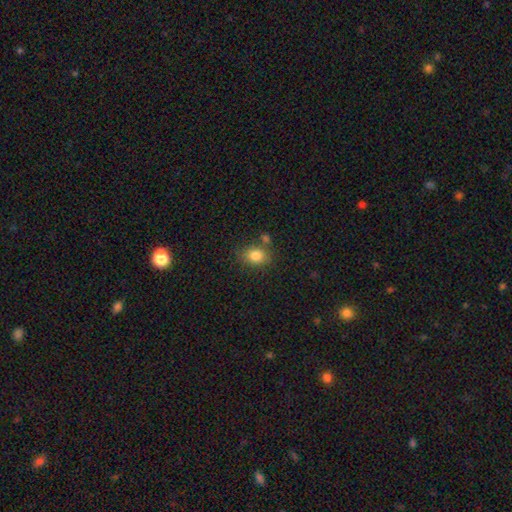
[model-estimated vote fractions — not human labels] Smooth or featured?
  - smooth: 82% *
  - star or artifact: 10%
  - featured or disk: 8%
How rounded?
  - in between: 57% *
  - round: 42%
  - cigar-shaped: 1%
Merging?
  - none: 69% *
  - minor disturbance: 15%
  - merger: 13%
  - major disturbance: 4%